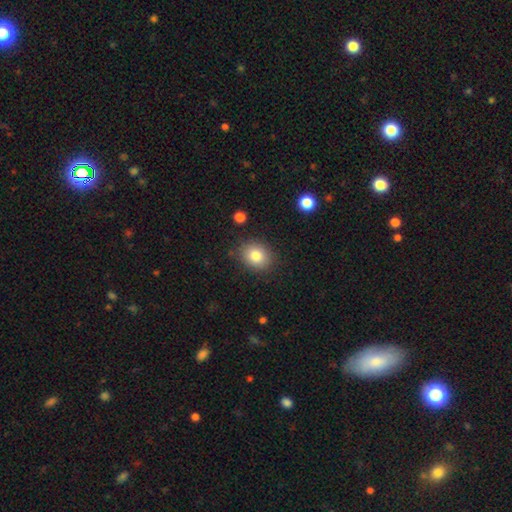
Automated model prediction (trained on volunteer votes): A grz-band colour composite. It shows a smooth galaxy with no disk features (82%) that is round (61%). Merging: none (86%).